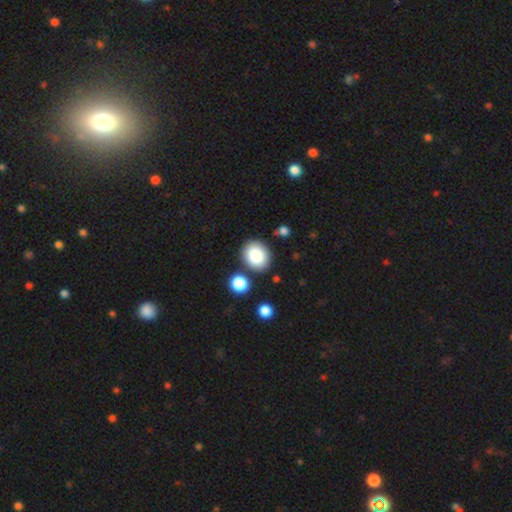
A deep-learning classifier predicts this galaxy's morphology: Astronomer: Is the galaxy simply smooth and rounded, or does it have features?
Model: smooth — 86%.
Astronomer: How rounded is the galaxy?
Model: round — 63%.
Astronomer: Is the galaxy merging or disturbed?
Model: none — 79%.